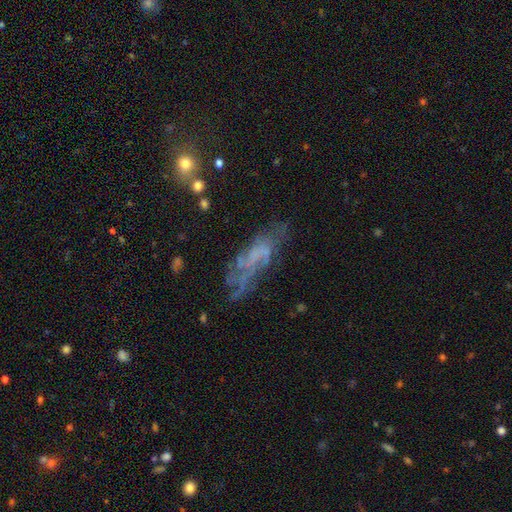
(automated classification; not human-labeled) This is possibly a featured or disk galaxy (52%). It is likely not viewed edge-on (77%). Merging: possibly none (48%).